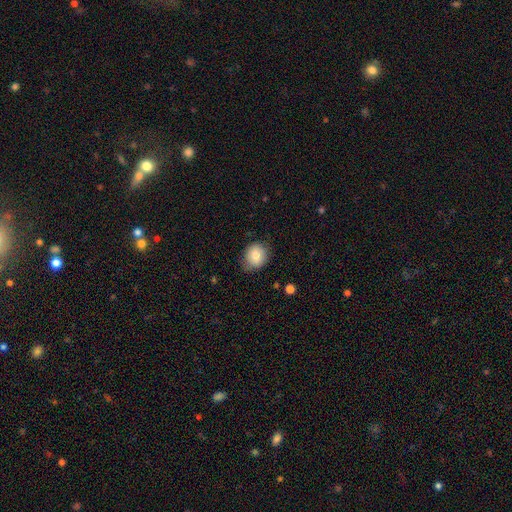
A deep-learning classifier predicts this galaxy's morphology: A smooth galaxy with no disk features (83%) that is round (70%). Merging: none (74%).